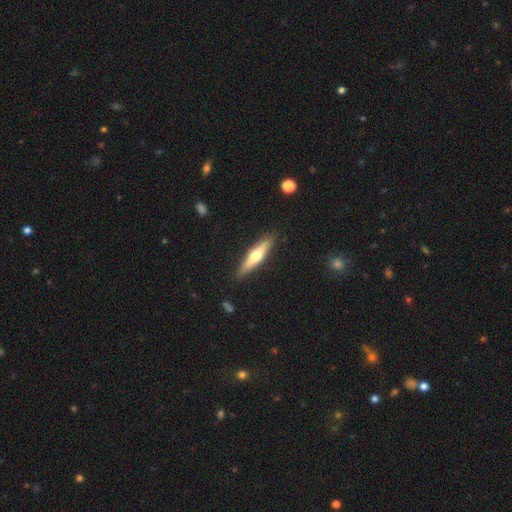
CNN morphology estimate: Overall: featured or disk (53%; smooth 41%). Edge-on disk: yes (93%). Merging: none (89%).